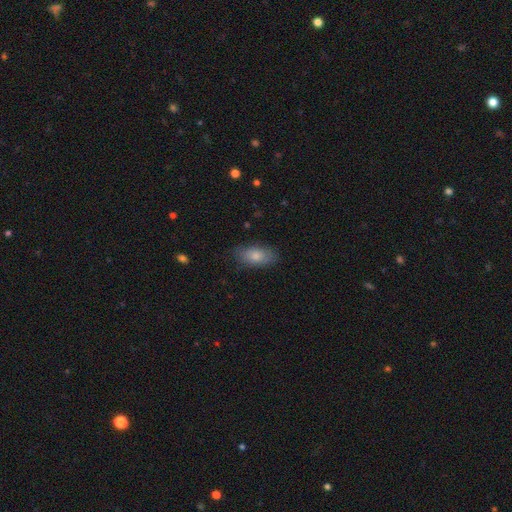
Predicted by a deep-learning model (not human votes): A smooth galaxy with no disk features (78%) that is in between round and cigar-shaped (91%). Merging: none (77%).